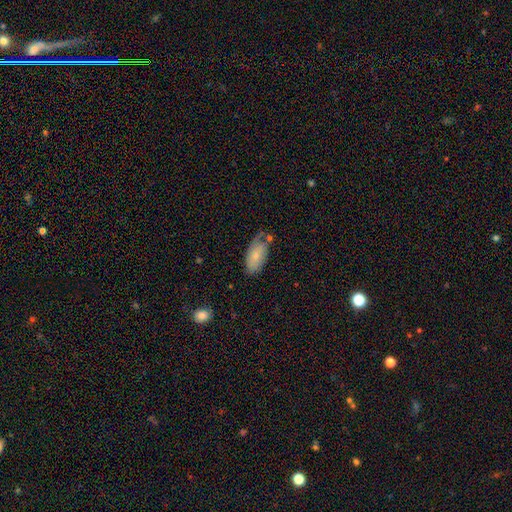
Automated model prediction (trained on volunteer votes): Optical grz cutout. It shows a smooth galaxy with no disk features (67%) that is in between round and cigar-shaped (92%). Merging: none (48%).